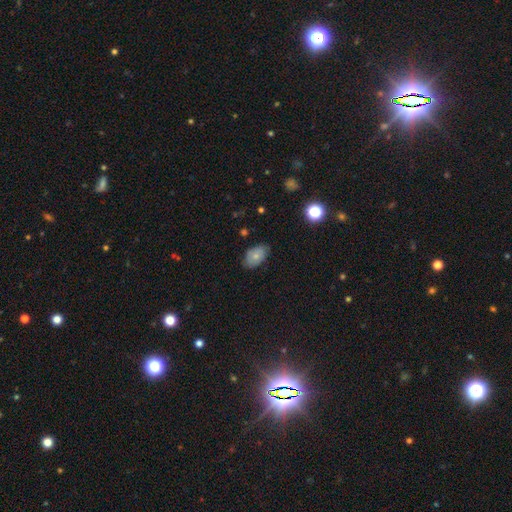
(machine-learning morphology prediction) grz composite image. It shows a smooth galaxy with no disk features (71%) that is in between round and cigar-shaped (90%). Merging: none (75%).